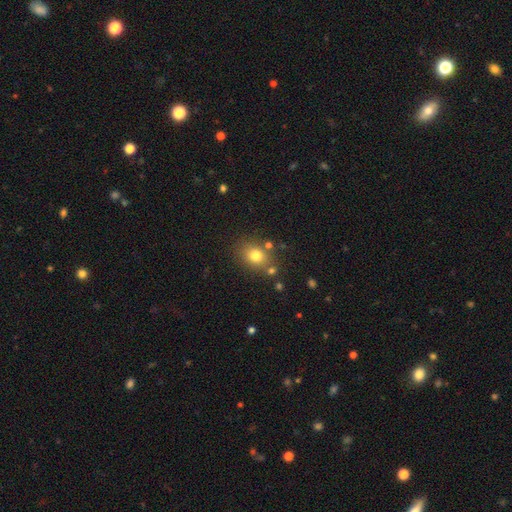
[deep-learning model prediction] The model was most divided on "how rounded": round: 55%, in between: 44%, cigar-shaped: 1%. More confident: smooth or featured — smooth (77%); merging — none (76%).